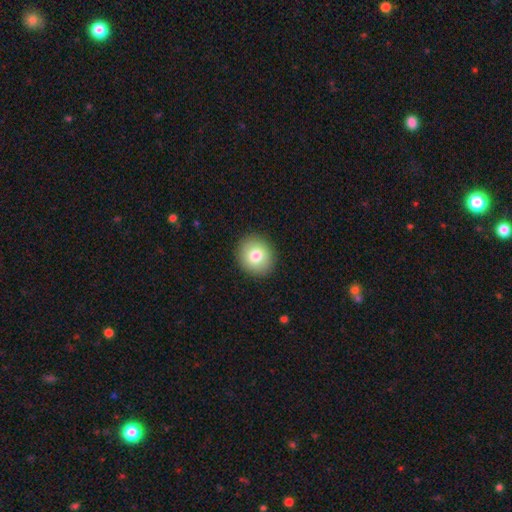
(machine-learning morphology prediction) Smooth or featured?
  - smooth: 79% *
  - featured or disk: 11%
  - star or artifact: 9%
How rounded?
  - round: 80% *
  - in between: 20%
  - cigar-shaped: 1%
Merging?
  - none: 91% *
  - minor disturbance: 6%
  - major disturbance: 2%
  - merger: 1%